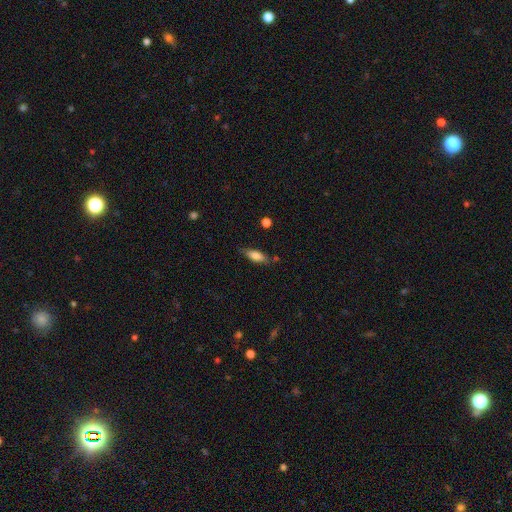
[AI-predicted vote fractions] Smooth or featured? smooth (76%)
How rounded? in between (64%)
Merging? none (74%)